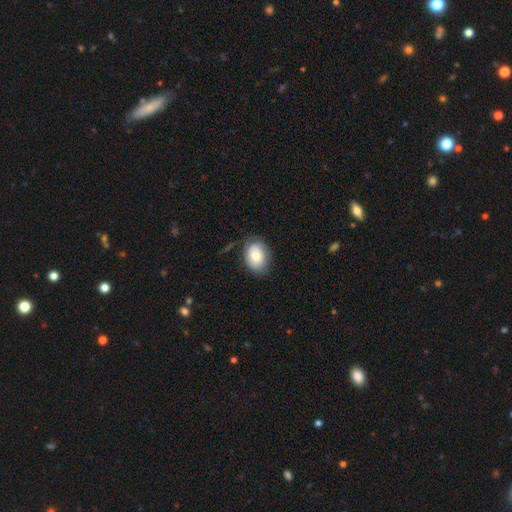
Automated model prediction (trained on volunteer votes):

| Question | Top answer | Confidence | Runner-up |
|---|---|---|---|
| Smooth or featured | smooth | 75% | featured or disk (17%) |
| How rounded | in between | 70% | round (29%) |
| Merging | none | 71% | minor disturbance (21%) |